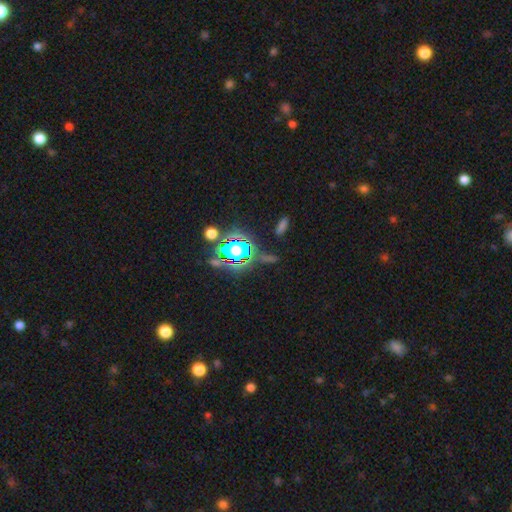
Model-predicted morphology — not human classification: Smooth or featured? star or artifact (79%)